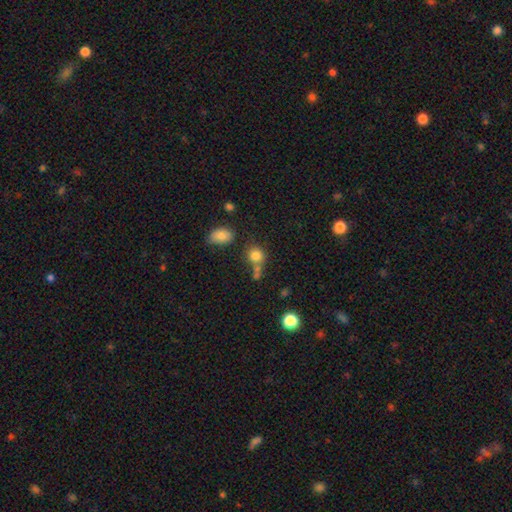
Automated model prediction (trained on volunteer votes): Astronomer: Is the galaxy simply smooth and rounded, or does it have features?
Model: smooth — 80%.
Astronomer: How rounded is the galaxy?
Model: round — 76%.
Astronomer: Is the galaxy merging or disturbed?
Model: none — 52%.